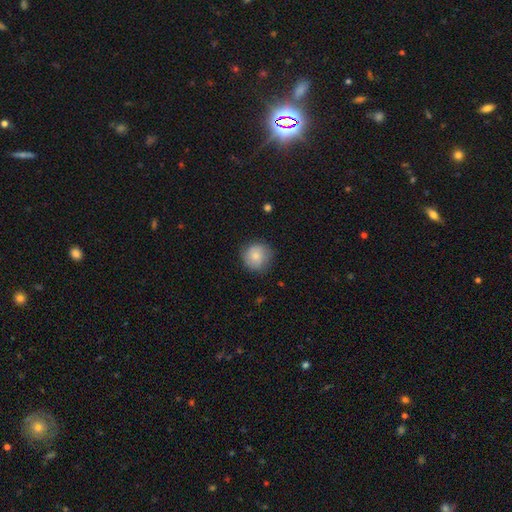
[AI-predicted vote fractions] smooth 80%, featured or disk 13%, star or artifact 7%. Down the decision tree: how rounded — round (91%); merging — none (78%).